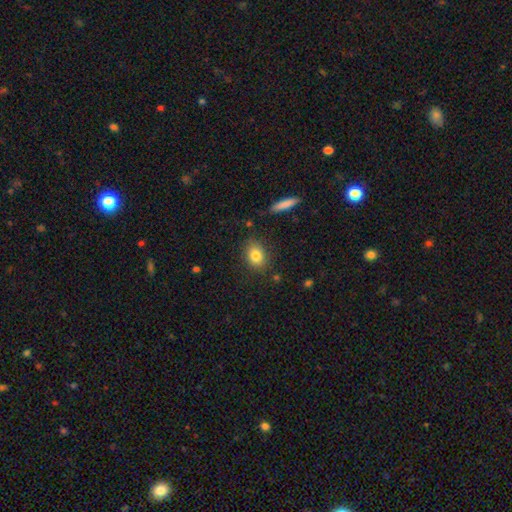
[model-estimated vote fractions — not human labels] This is clearly a smooth galaxy (82%). How rounded: likely in between (65%). Merging: clearly none (83%).